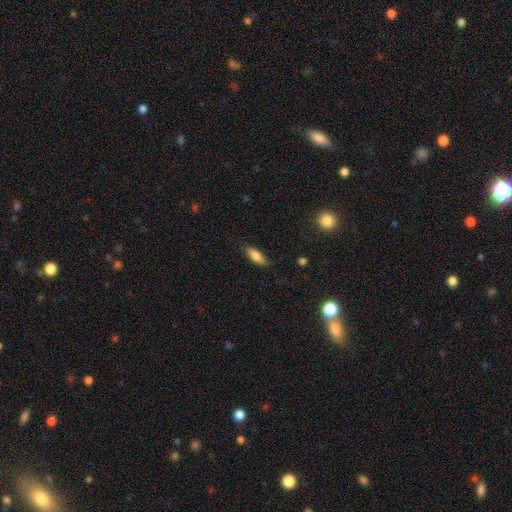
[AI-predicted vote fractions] Q: Smooth or featured?
A: smooth (78%); runner-up: featured or disk (15%)
Q: How rounded?
A: in between (66%); runner-up: cigar-shaped (32%)
Q: Merging?
A: none (81%); runner-up: minor disturbance (15%)